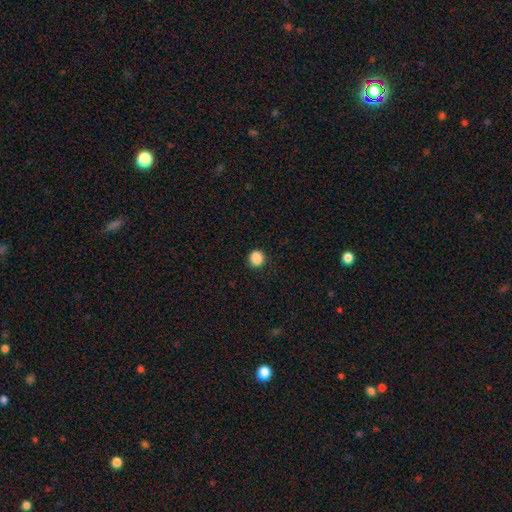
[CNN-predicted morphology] Overall: smooth (87%). How rounded: round (89%). Merging: none (85%).